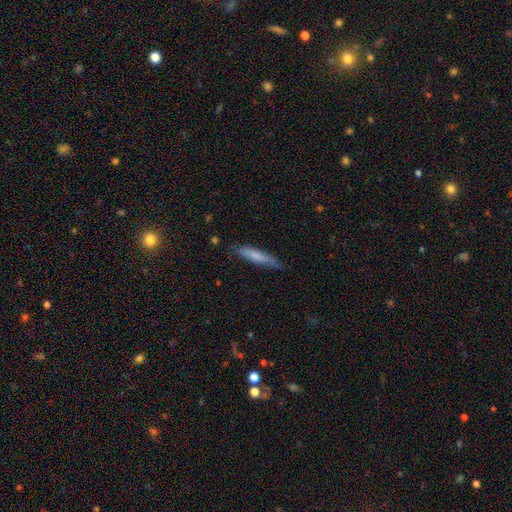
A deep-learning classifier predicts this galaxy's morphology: This appears to be a smooth galaxy with no disk features (69%) that is cigar-shaped (88%). Merging: none (73%).